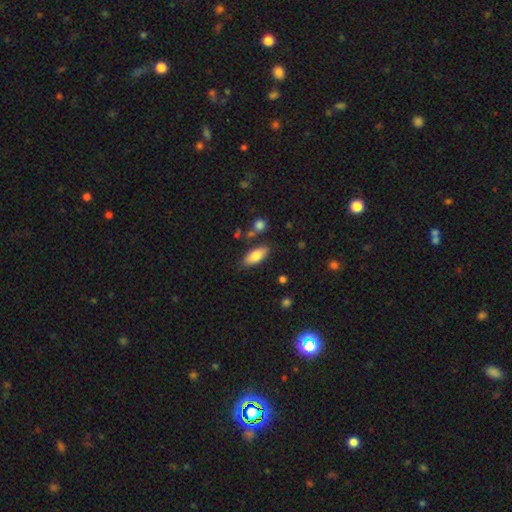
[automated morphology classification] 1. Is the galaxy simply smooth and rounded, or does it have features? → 80% smooth, 14% featured or disk, 7% star or artifact.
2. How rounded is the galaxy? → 85% in between, 13% cigar-shaped, 2% round.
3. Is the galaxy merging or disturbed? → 79% none, 13% minor disturbance, 5% merger, 3% major disturbance.